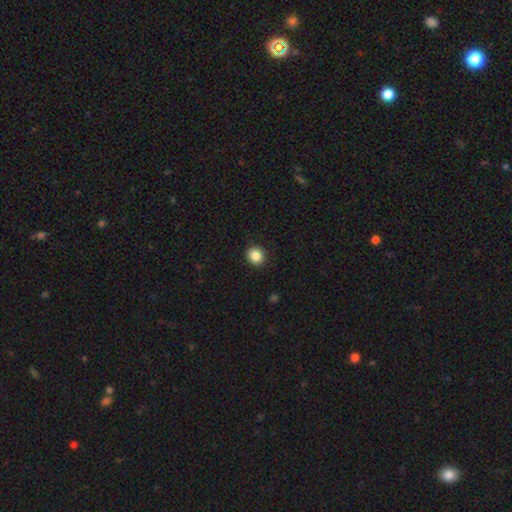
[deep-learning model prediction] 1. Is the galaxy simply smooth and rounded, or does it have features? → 87% smooth, 9% star or artifact, 3% featured or disk.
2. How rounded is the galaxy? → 80% round, 19% in between, 1% cigar-shaped.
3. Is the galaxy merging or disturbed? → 90% none, 7% minor disturbance, 2% major disturbance, 1% merger.